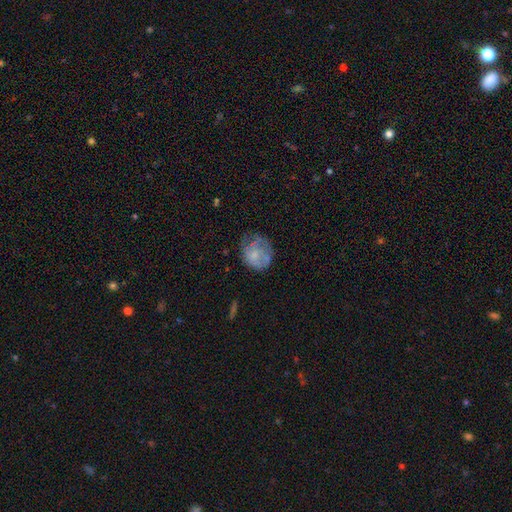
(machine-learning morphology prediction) A smooth galaxy with no disk features (56%) that is round (70%).

Vote fractions:
- Smooth or featured? smooth: 56% / featured or disk: 35% / star or artifact: 9%
- How rounded? round: 70% / in between: 29% / cigar-shaped: 1%
- Merging? none: 48% / minor disturbance: 29% / major disturbance: 20% / merger: 2%